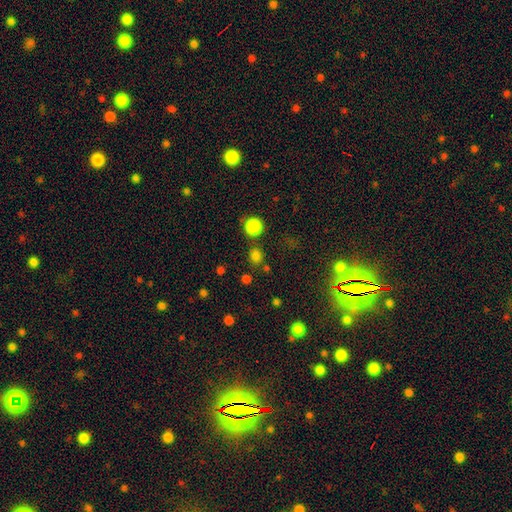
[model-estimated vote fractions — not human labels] Overall: smooth (76%). How rounded: round (82%). Merging: none (78%).